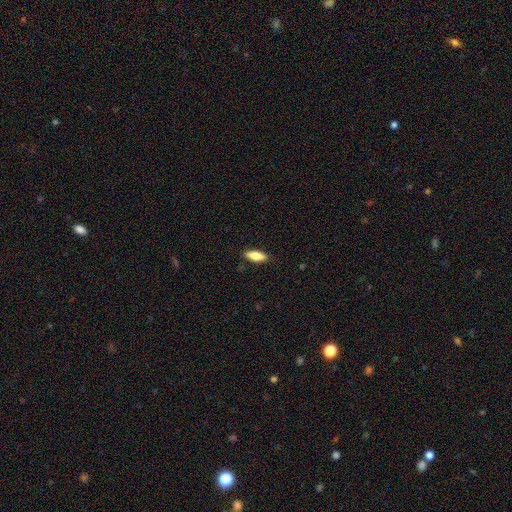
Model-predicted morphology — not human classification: type=smooth (80%); roundness=in between (73%); merging=none (88%).